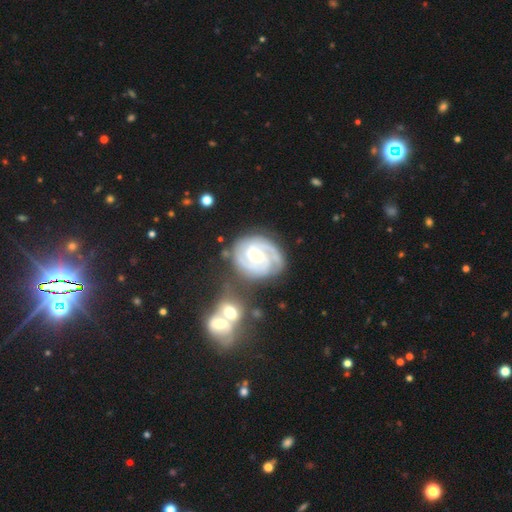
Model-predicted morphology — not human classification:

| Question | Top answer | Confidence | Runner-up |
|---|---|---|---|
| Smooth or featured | featured or disk | 90% | smooth (6%) |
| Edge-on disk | no | 98% | yes (2%) |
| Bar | no | 48% | weak (39%) |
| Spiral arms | yes | 98% | no (2%) |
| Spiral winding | tight | 70% | medium (26%) |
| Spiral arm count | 2 | 42% | 3 (35%) |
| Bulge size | moderate | 69% | small (26%) |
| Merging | none | 66% | minor disturbance (17%) |